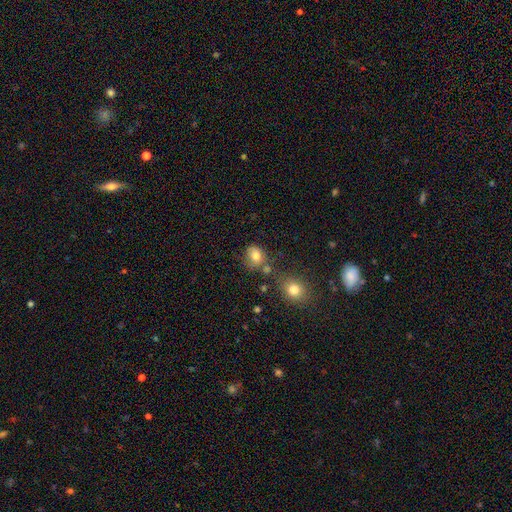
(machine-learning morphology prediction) Smooth or featured: smooth — 79% (star or artifact — 11%)
How rounded: round — 57% (in between — 42%)
Merging: none — 59% (minor disturbance — 20%)